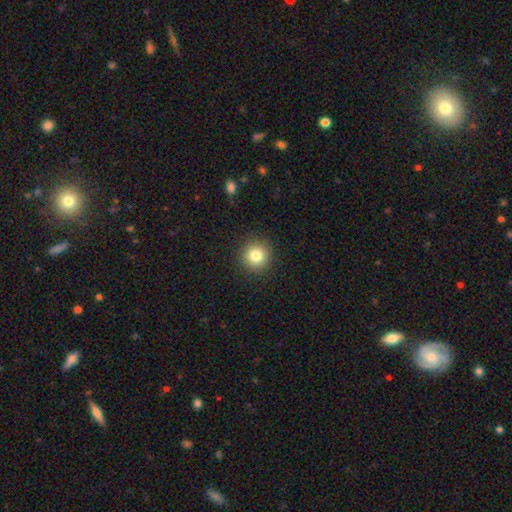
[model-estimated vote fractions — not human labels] Overall: smooth (82%). How rounded: round (94%). Merging: none (92%).